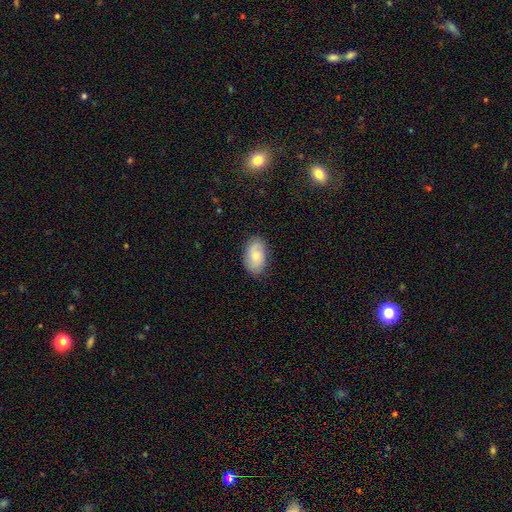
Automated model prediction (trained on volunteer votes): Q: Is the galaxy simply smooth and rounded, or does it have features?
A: smooth — 67%.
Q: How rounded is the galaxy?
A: in between — 92%.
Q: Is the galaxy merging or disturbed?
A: none — 82%.